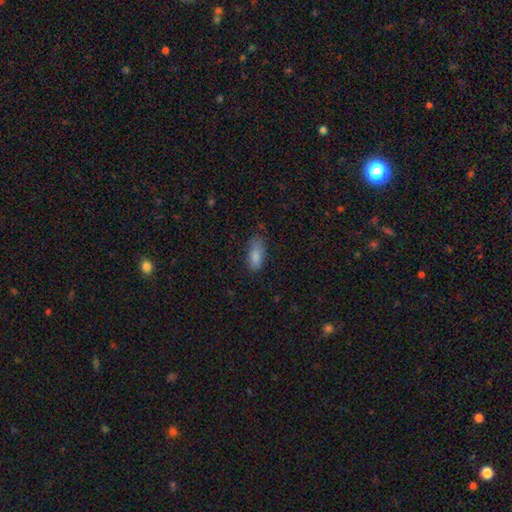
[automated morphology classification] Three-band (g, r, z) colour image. It shows a smooth galaxy with no disk features (84%) that is in between round and cigar-shaped (85%). Merging: none (66%).